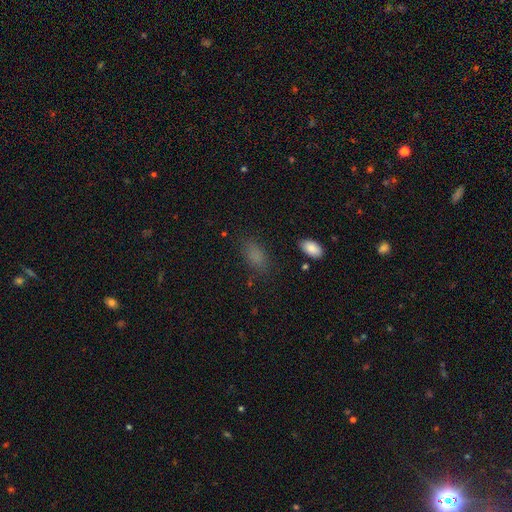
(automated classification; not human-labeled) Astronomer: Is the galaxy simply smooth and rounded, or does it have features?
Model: smooth — 80%.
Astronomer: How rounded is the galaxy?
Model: in between — 88%.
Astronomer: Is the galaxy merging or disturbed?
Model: none — 74%.